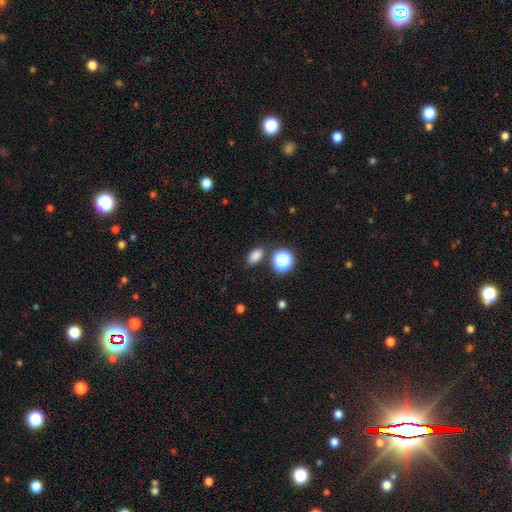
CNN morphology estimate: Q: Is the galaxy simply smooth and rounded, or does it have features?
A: smooth — 82%.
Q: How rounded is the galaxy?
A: in between — 80%.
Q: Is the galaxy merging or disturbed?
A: none — 82%.